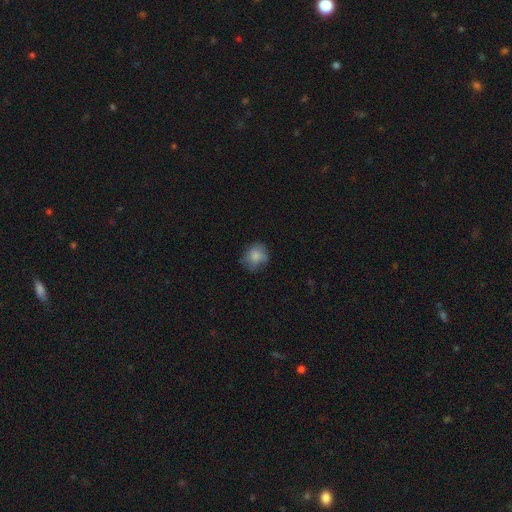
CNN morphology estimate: smooth_or_featured: smooth (p=0.78) [alt: featured or disk p=0.13]
how_rounded: round (p=0.68) [alt: in between p=0.31]
merging: none (p=0.62) [alt: minor disturbance p=0.26]